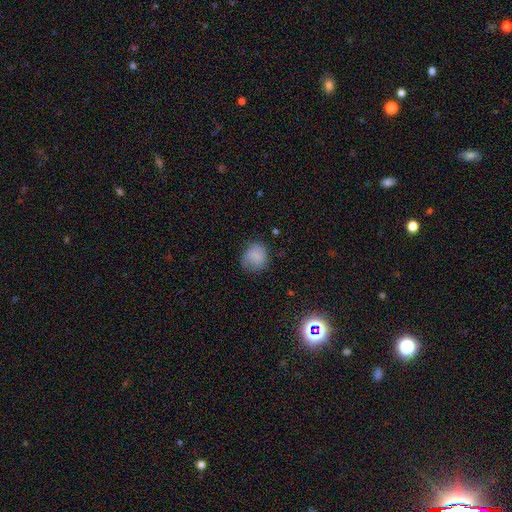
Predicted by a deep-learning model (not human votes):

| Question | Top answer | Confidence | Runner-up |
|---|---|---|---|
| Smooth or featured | smooth | 80% | featured or disk (10%) |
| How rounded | round | 77% | in between (22%) |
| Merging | none | 67% | minor disturbance (24%) |